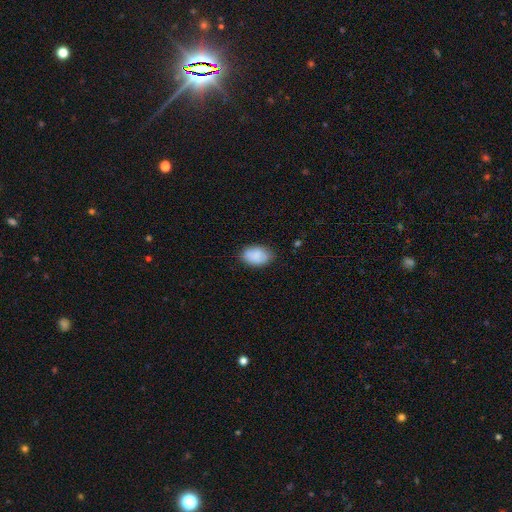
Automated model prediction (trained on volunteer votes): Smooth or featured? smooth (83%)
How rounded? in between (86%)
Merging? none (75%)